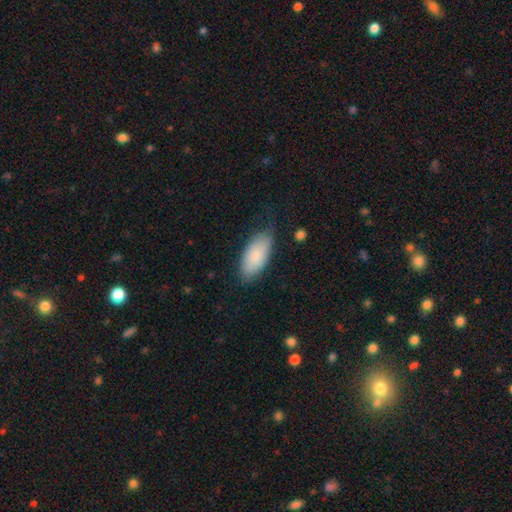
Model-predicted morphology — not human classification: This is clearly a smooth galaxy (84%). How rounded: clearly in between (90%). Merging: likely none (70%).